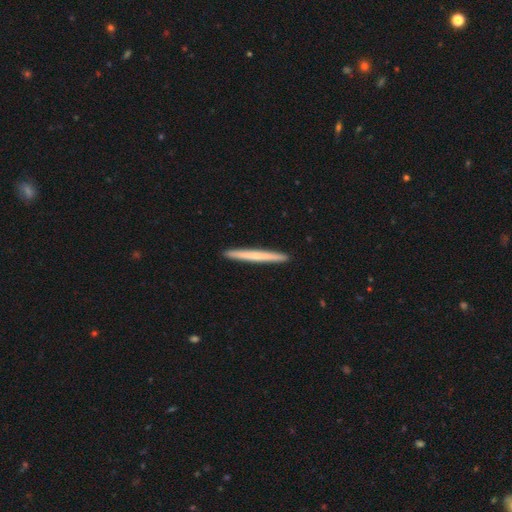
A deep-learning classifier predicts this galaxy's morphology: The model was most divided on "smooth or featured": smooth: 58%, featured or disk: 37%, star or artifact: 6%. More confident: how rounded — cigar-shaped (97%); merging — none (93%).